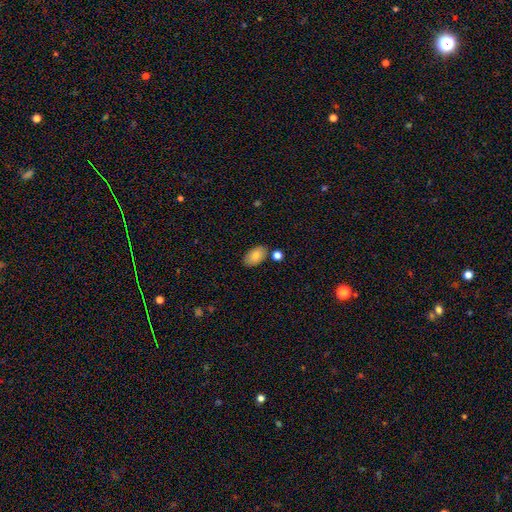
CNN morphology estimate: Smooth or featured? smooth (83%)
How rounded? in between (94%)
Merging? none (80%)